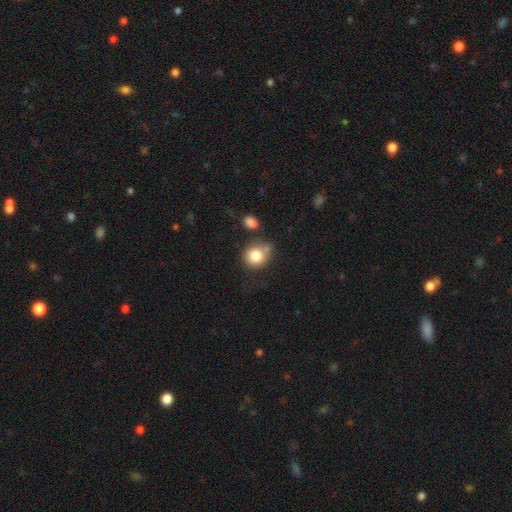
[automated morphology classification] Smooth or featured? smooth (81%)
How rounded? round (83%)
Merging? none (59%)